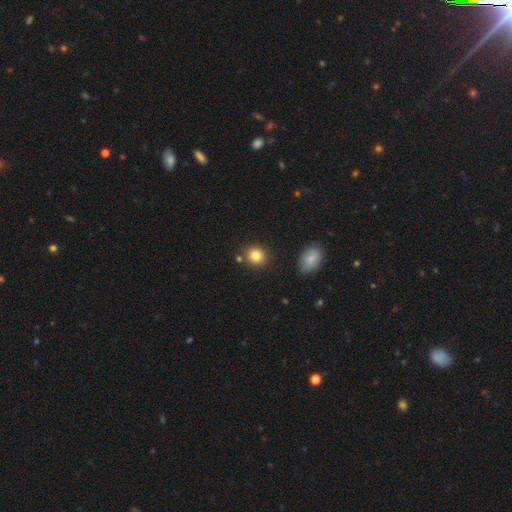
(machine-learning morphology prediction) type=smooth (82%); roundness=round (83%); merging=none (83%).